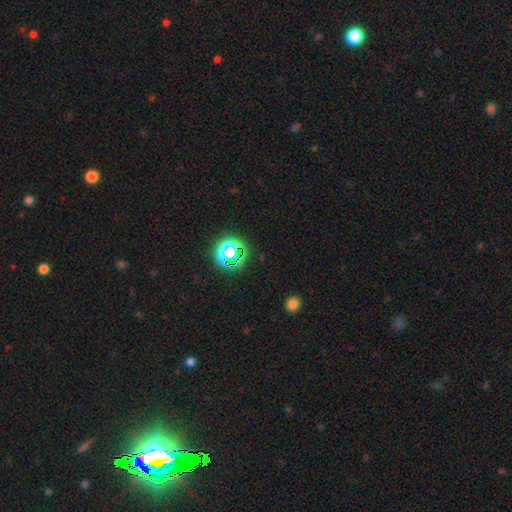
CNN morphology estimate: Smooth or featured?
  - star or artifact: 70% *
  - smooth: 23%
  - featured or disk: 7%